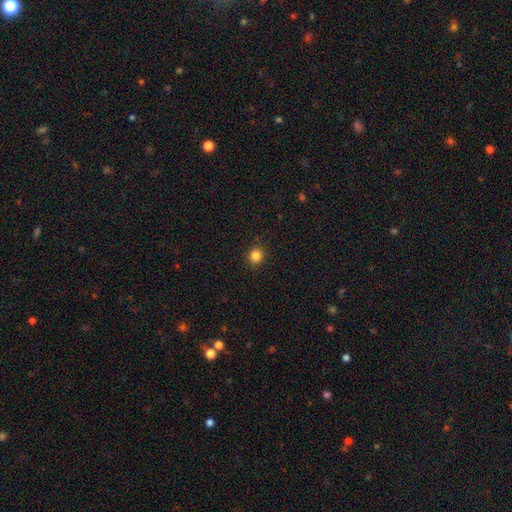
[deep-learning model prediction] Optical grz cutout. It shows a smooth galaxy with no disk features (84%) that is round (90%). Merging: none (92%).